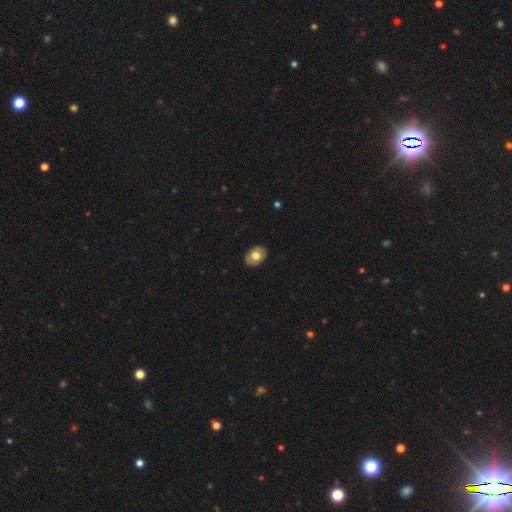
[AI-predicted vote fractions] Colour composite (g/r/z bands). It shows a smooth galaxy with no disk features (65%) that is in between round and cigar-shaped (77%). Merging: none (87%).